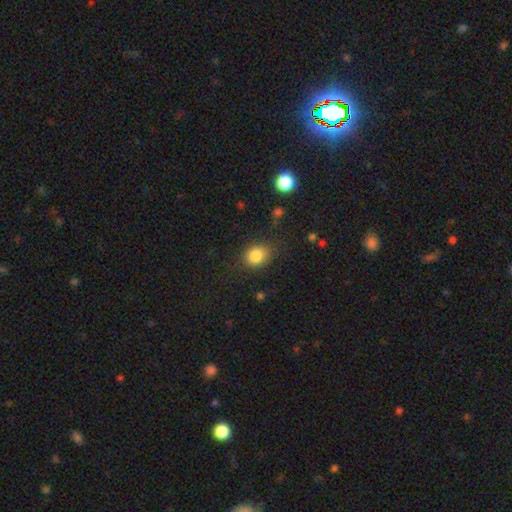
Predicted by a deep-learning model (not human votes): This appears to be a smooth galaxy with no disk features (84%) that is round (67%). Merging: none (78%).